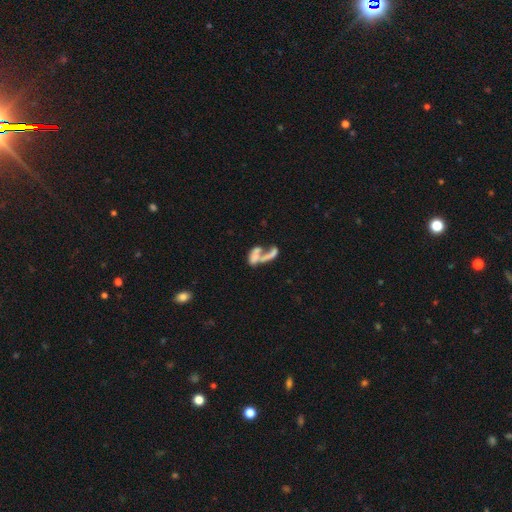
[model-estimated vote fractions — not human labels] Smooth or featured? featured or disk (44%, tied with smooth)
Merging? merger (59%)